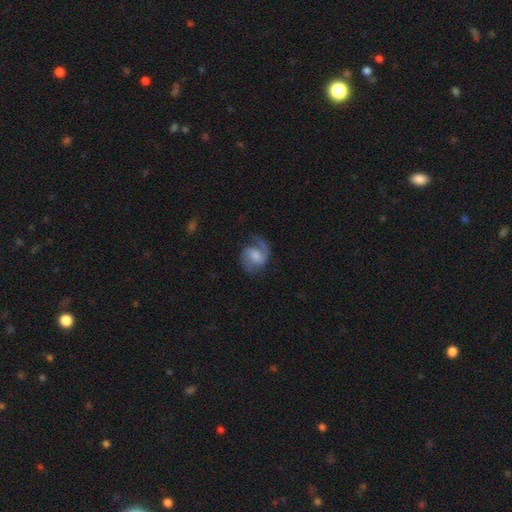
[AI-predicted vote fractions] Smooth or featured: featured or disk — 81% (smooth — 14%)
Edge-on disk: no — 98% (yes — 2%)
Bar: weak — 46% (no — 44%)
Spiral arms: yes — 96% (no — 4%)
Spiral winding: medium — 53% (loose — 25%)
Spiral arm count: 2 — 81% (1 — 13%)
Bulge size: moderate — 44% (small — 25%)
Merging: none — 70% (minor disturbance — 18%)